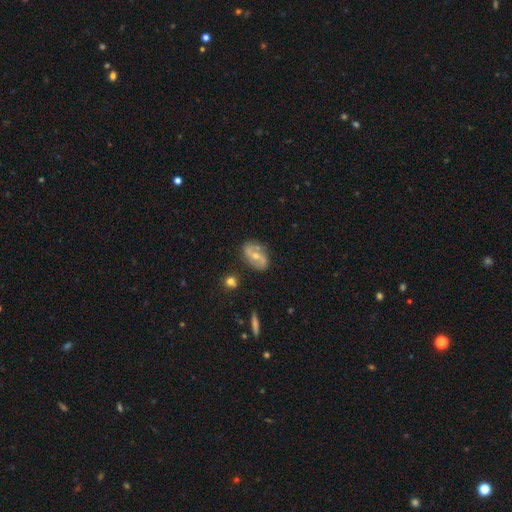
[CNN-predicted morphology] This is likely a featured or disk galaxy (74%). It is clearly not viewed edge-on (96%). Bar: marginally weak (39%, tied with no). Spiral arm pattern: clearly yes (86%). Spiral arm count: clearly 2 (90%). Spiral winding: possibly loose (51%). Central bulge: possibly moderate (58%). Merging: likely none (76%).